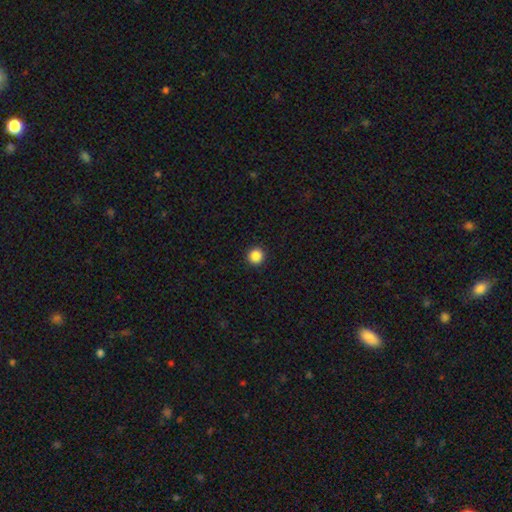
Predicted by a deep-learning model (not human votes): This is clearly a smooth galaxy (87%). How rounded: clearly round (95%). Merging: clearly none (93%).